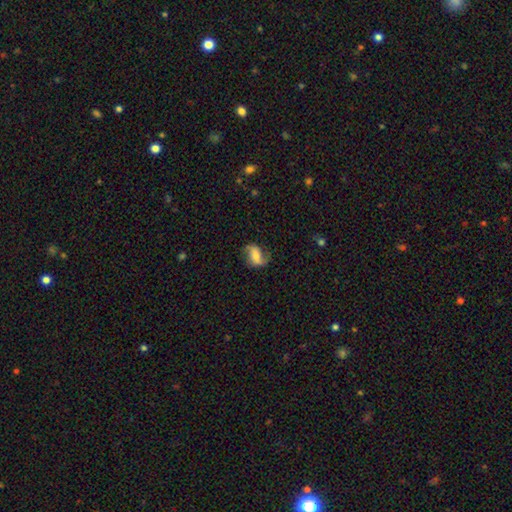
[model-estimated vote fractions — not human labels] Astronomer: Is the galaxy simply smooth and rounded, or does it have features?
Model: featured or disk — 59%.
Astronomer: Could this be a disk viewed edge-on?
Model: no — 96%.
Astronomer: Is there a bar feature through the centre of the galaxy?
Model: no — 39% (runner-up: weak, 37%).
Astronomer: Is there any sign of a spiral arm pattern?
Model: yes — 90%.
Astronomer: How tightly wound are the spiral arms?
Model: loose — 58%.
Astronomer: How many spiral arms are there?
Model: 2 — 79%.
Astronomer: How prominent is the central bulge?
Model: moderate — 36% (runner-up: small, 33%).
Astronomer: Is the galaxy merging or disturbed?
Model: none — 64%.